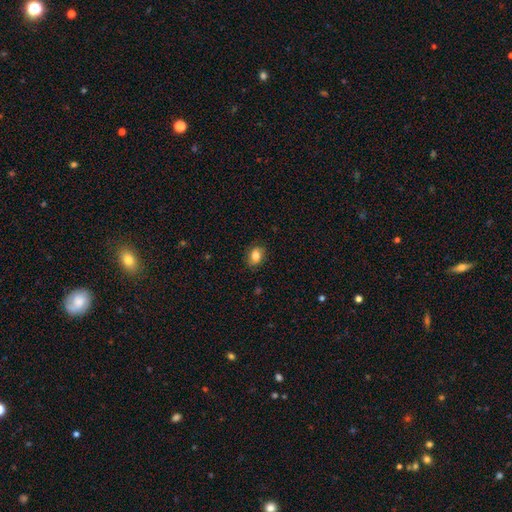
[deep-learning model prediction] Smooth or featured?
  - smooth: 81% *
  - featured or disk: 10%
  - star or artifact: 9%
How rounded?
  - in between: 67% *
  - round: 32%
  - cigar-shaped: 1%
Merging?
  - none: 83% *
  - minor disturbance: 13%
  - major disturbance: 3%
  - merger: 1%